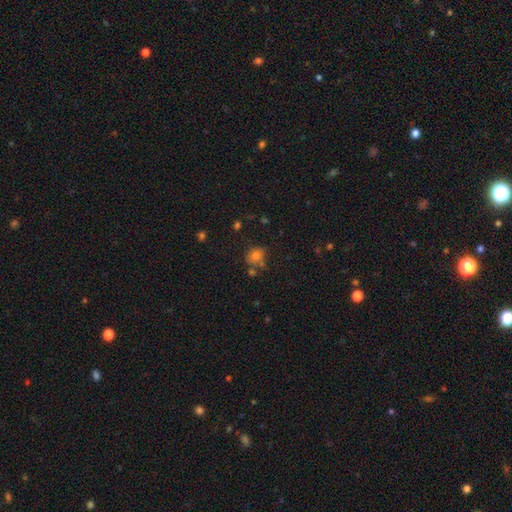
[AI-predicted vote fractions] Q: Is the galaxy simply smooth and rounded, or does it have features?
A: smooth — 74%.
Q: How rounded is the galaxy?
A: round — 57%.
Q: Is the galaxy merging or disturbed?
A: none — 60%.